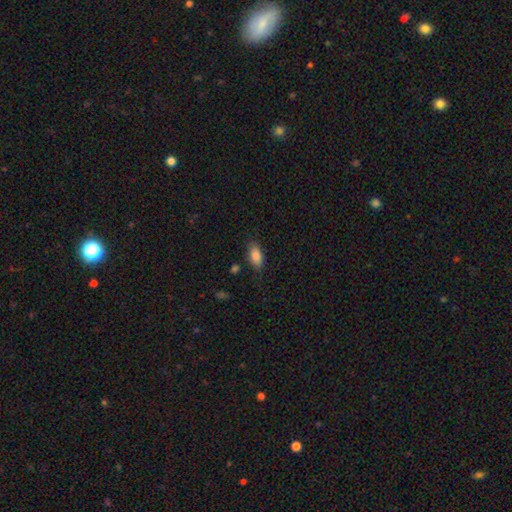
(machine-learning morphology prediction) Overall: smooth (85%). How rounded: in between (89%). Merging: none (79%).